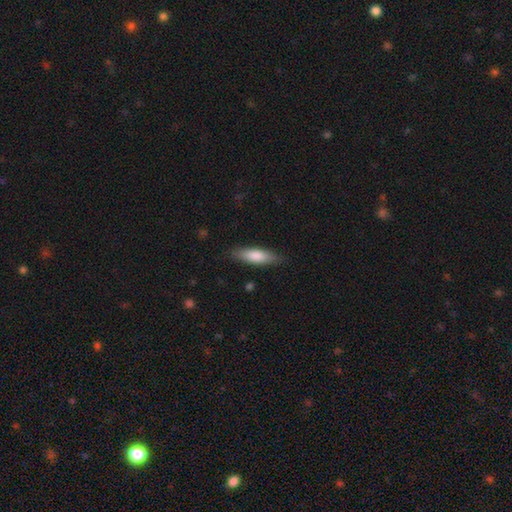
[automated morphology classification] Overall: smooth (78%). How rounded: cigar-shaped (56%; in between 42%). Merging: none (84%).